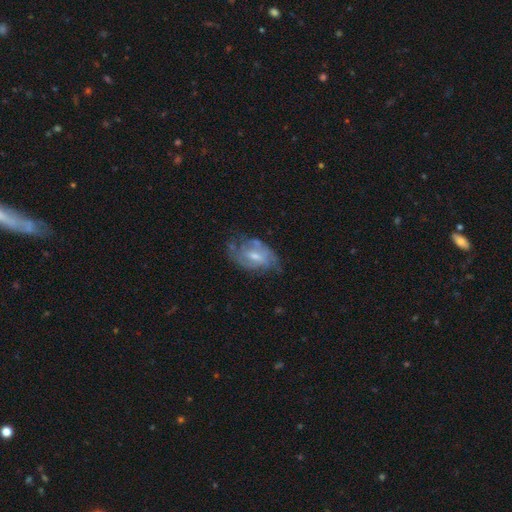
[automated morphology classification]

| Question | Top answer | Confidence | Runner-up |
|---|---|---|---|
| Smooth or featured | featured or disk | 70% | smooth (23%) |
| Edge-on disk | no | 95% | yes (5%) |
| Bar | weak | 55% | no (28%) |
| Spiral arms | yes | 78% | no (22%) |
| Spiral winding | medium | 42% | tight (41%) |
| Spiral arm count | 2 | 47% | can't tell (34%) |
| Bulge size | moderate | 48% | small (43%) |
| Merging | none | 52% | minor disturbance (30%) |